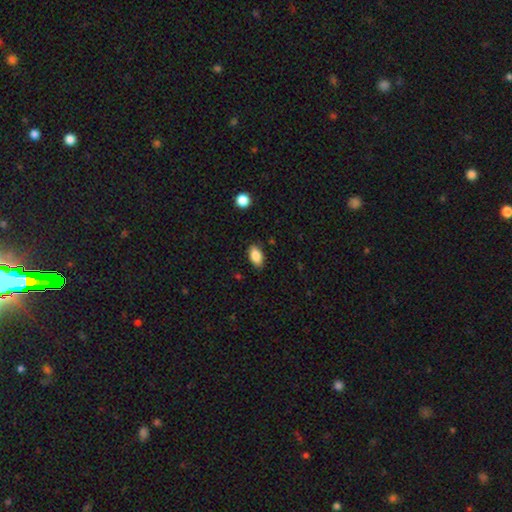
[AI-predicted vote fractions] Morphology: type=smooth (86%); roundness=in between (91%); merging=none (85%).